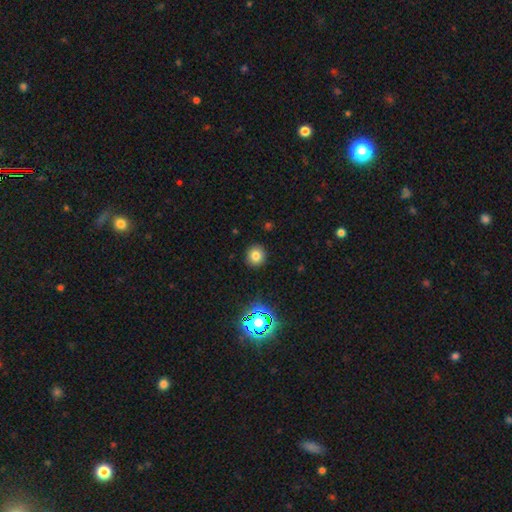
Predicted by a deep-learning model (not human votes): Q: Smooth or featured?
A: smooth (77%); runner-up: star or artifact (16%)
Q: How rounded?
A: round (92%); runner-up: in between (7%)
Q: Merging?
A: none (91%); runner-up: minor disturbance (6%)